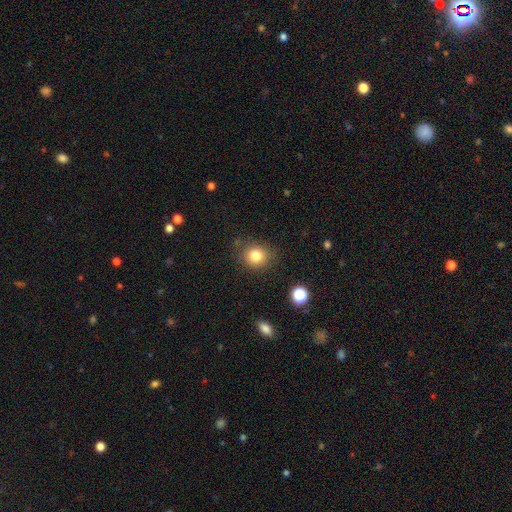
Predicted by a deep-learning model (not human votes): A smooth galaxy with no disk features (82%) that is round (76%).

Vote fractions:
- Smooth or featured? smooth: 82% / star or artifact: 12% / featured or disk: 7%
- How rounded? round: 76% / in between: 23% / cigar-shaped: 1%
- Merging? none: 82% / minor disturbance: 11% / major disturbance: 4% / merger: 2%